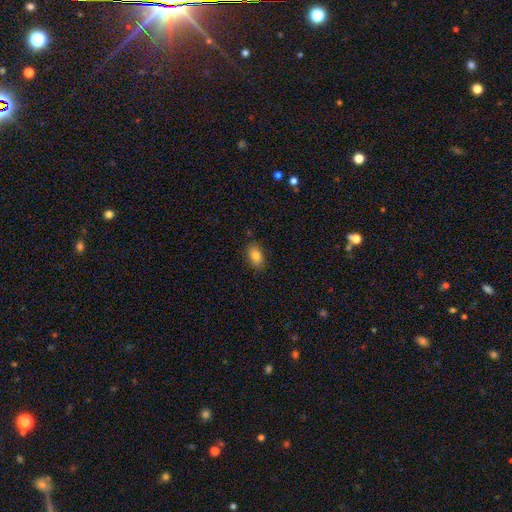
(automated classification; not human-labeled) Smooth or featured: smooth — 82% (star or artifact — 9%)
How rounded: in between — 86% (round — 12%)
Merging: none — 84% (minor disturbance — 12%)